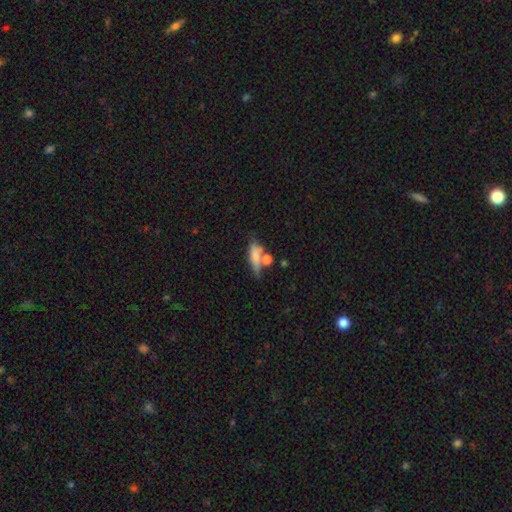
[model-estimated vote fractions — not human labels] A smooth galaxy with no disk features (66%) that is cigar-shaped (49%). Merging: none (45%).